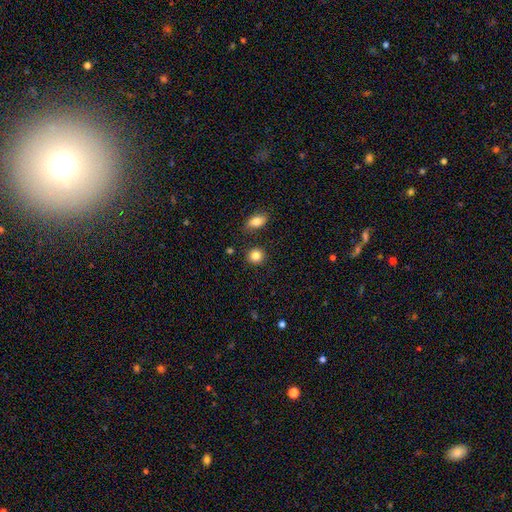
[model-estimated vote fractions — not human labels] smooth_or_featured: smooth (p=0.84) [alt: star or artifact p=0.10]
how_rounded: round (p=0.86) [alt: in between p=0.13]
merging: none (p=0.87) [alt: minor disturbance p=0.07]